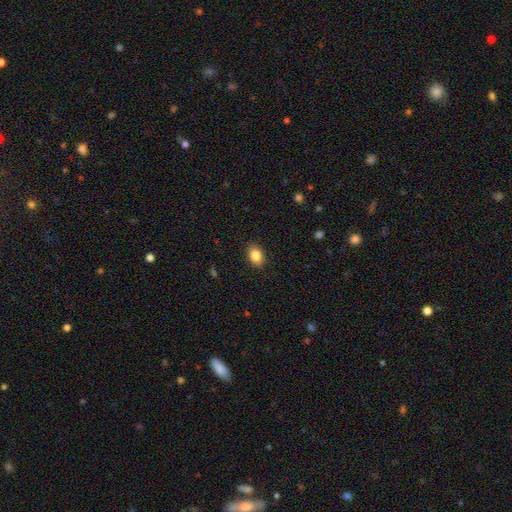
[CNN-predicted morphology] smooth 85%, star or artifact 9%, featured or disk 6%. Down the decision tree: how rounded — in between (77%); merging — none (89%).